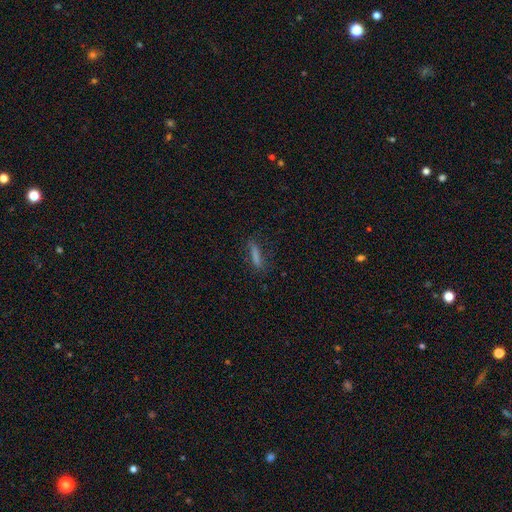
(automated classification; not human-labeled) smooth 66%, featured or disk 19%, star or artifact 15%. Down the decision tree: how rounded — cigar-shaped (86%); merging — none (78%).